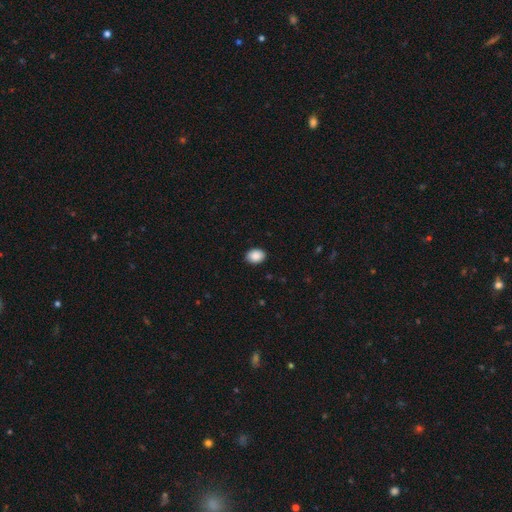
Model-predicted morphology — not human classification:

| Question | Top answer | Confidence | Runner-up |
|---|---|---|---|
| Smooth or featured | smooth | 89% | star or artifact (8%) |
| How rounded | in between | 66% | round (33%) |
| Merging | none | 90% | minor disturbance (7%) |